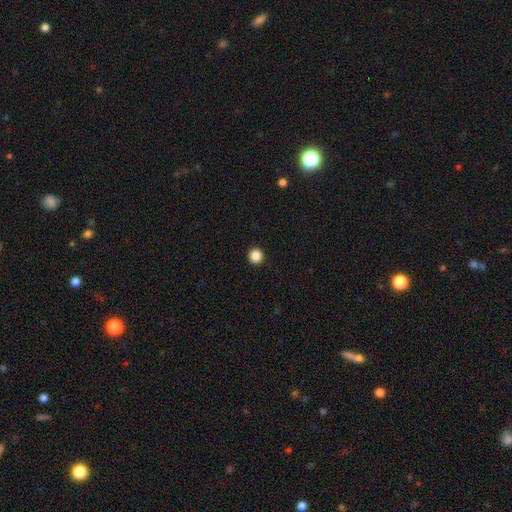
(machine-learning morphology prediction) A smooth galaxy with no disk features (87%) that is round (94%).

Vote fractions:
- Smooth or featured? smooth: 87% / star or artifact: 10% / featured or disk: 3%
- How rounded? round: 94% / in between: 5% / cigar-shaped: 1%
- Merging? none: 94% / minor disturbance: 4% / major disturbance: 1% / merger: 1%